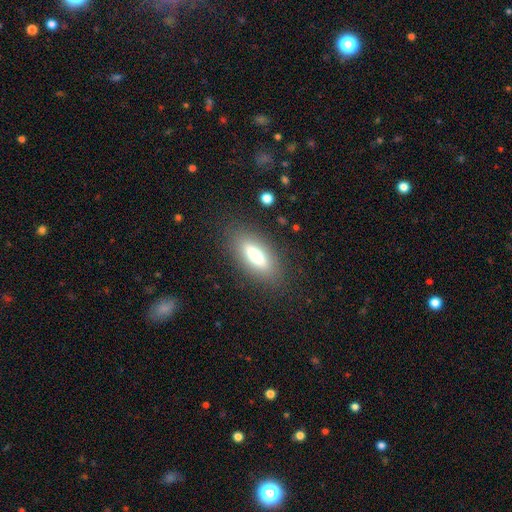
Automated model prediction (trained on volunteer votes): A smooth galaxy with no disk features (69%) that is in between round and cigar-shaped (60%).

Vote fractions:
- Smooth or featured? smooth: 69% / featured or disk: 23% / star or artifact: 8%
- How rounded? in between: 60% / cigar-shaped: 38% / round: 2%
- Merging? none: 84% / minor disturbance: 10% / major disturbance: 4% / merger: 1%